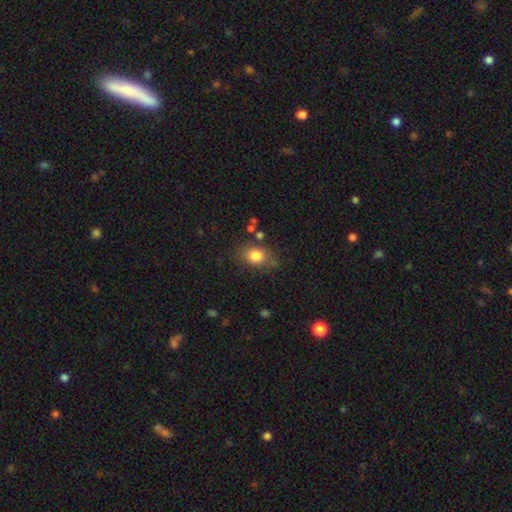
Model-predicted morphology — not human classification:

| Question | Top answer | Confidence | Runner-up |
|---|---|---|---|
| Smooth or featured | smooth | 82% | star or artifact (10%) |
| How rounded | in between | 56% | round (43%) |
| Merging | none | 71% | minor disturbance (18%) |